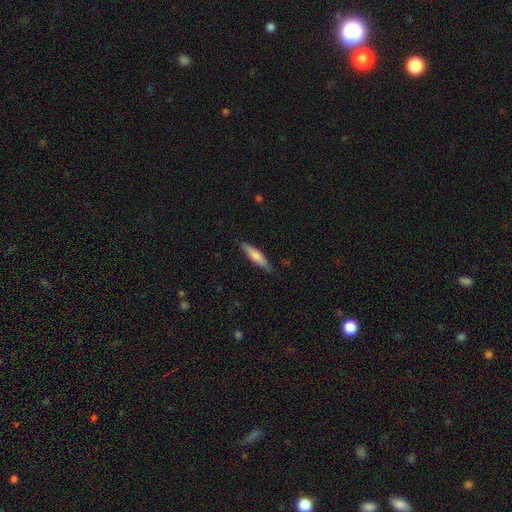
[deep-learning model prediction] A smooth galaxy with no disk features (69%) that is cigar-shaped (81%).

Vote fractions:
- Smooth or featured? smooth: 69% / featured or disk: 25% / star or artifact: 5%
- How rounded? cigar-shaped: 81% / in between: 18% / round: 1%
- Merging? none: 83% / minor disturbance: 14% / major disturbance: 2% / merger: 1%